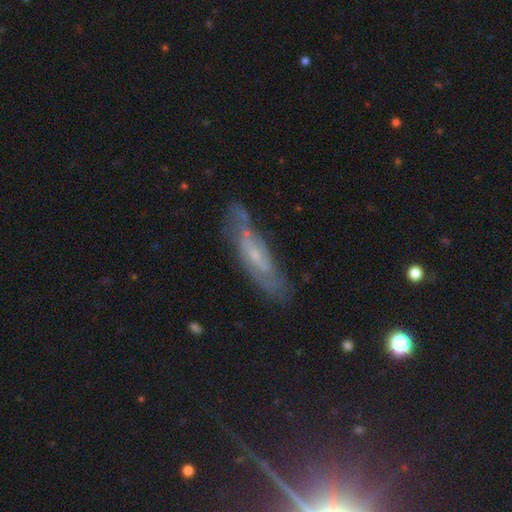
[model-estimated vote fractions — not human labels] A featured or disk galaxy (72%) with no bar (49%), spiral arms (79%) and a small central bulge (71%).

Vote fractions:
- Smooth or featured? featured or disk: 72% / smooth: 20% / star or artifact: 7%
- Edge-on disk? no: 73% / yes: 27%
- Bar? no: 49% / weak: 40% / strong: 11%
- Spiral arms? yes: 79% / no: 21%
- Bulge size? small: 71% / moderate: 22% / none: 5% / large: 1% / dominant: 1%
- Merging? none: 66% / minor disturbance: 22% / major disturbance: 9% / merger: 4%